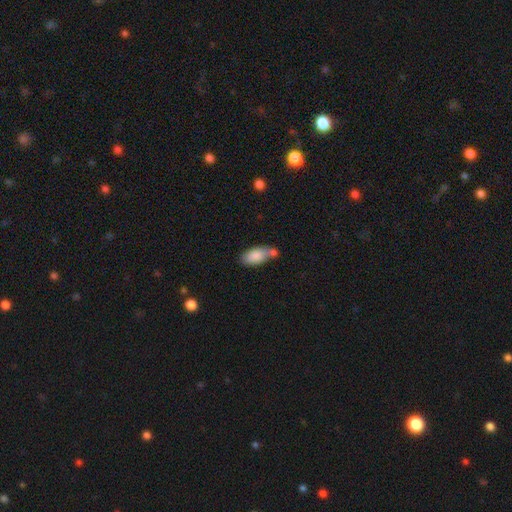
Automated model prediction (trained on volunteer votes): Overall: smooth (83%). How rounded: in between (90%). Merging: none (45%; merger 30%).